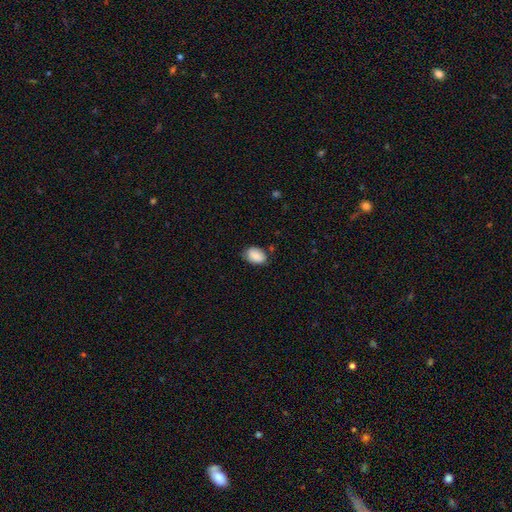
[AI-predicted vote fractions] Morphology: type=smooth (88%); roundness=in between (84%); merging=none (72%).